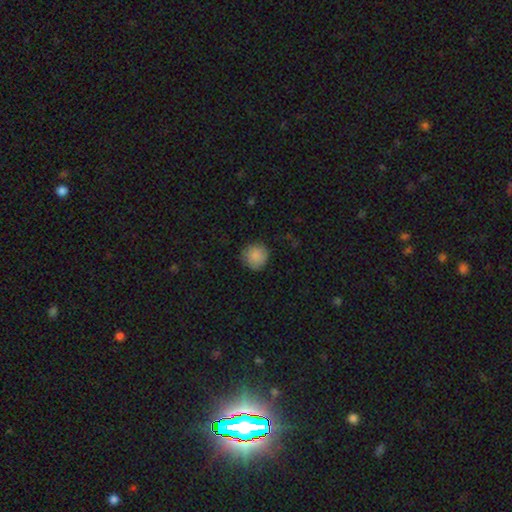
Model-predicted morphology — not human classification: smooth-or-featured: smooth: 86% | star or artifact: 8% | featured or disk: 7%
  how-rounded: round: 92% | in between: 7% | cigar-shaped: 1%
  merging: none: 81% | minor disturbance: 15% | major disturbance: 3% | merger: 1%